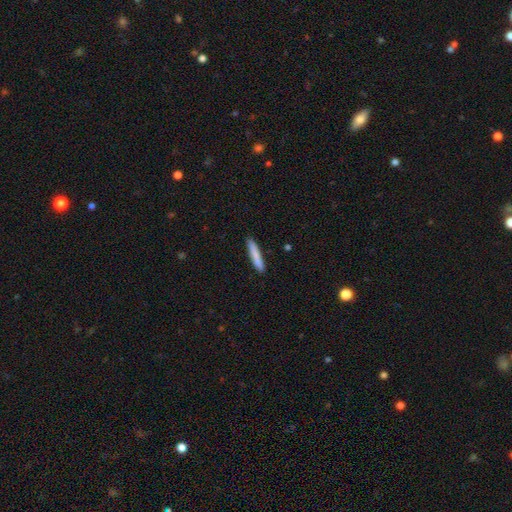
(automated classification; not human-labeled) This is clearly a smooth galaxy (82%). How rounded: clearly cigar-shaped (93%). Merging: clearly none (90%).